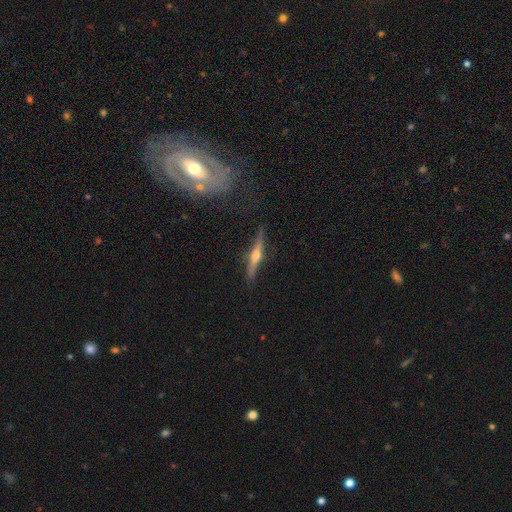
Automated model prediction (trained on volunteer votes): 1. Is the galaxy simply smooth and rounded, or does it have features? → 72% featured or disk, 21% smooth, 7% star or artifact.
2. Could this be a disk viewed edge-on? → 97% yes, 3% no.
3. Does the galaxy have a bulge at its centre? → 90% rounded, 6% none, 4% boxy.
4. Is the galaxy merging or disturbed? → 85% none, 11% minor disturbance, 2% major disturbance, 2% merger.